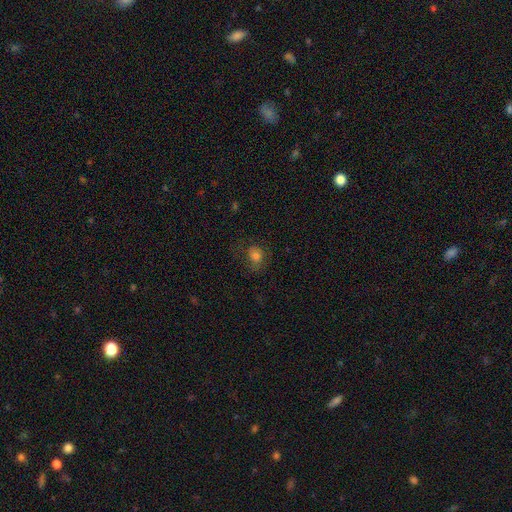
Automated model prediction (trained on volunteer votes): The model was most divided on "how rounded": round: 55%, in between: 44%, cigar-shaped: 1%. More confident: smooth or featured — smooth (77%); merging — none (64%).